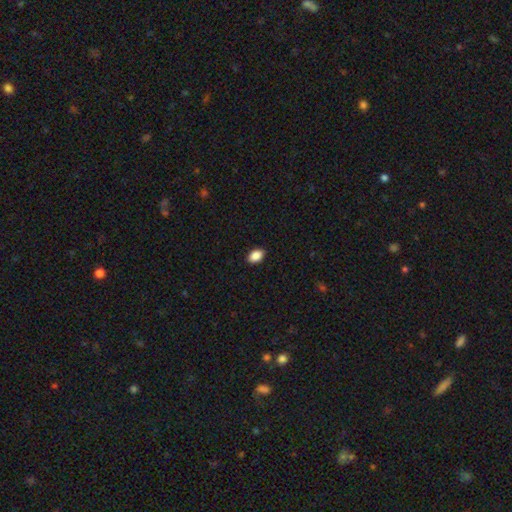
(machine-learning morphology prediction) Smooth or featured: smooth — 89% (star or artifact — 8%)
How rounded: in between — 85% (round — 13%)
Merging: none — 91% (minor disturbance — 7%)